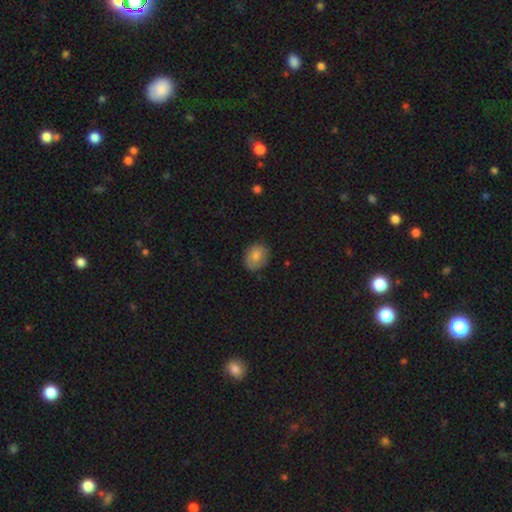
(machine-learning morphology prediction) Smooth or featured: smooth — 79% (featured or disk — 12%)
How rounded: in between — 55% (round — 44%)
Merging: none — 83% (minor disturbance — 14%)